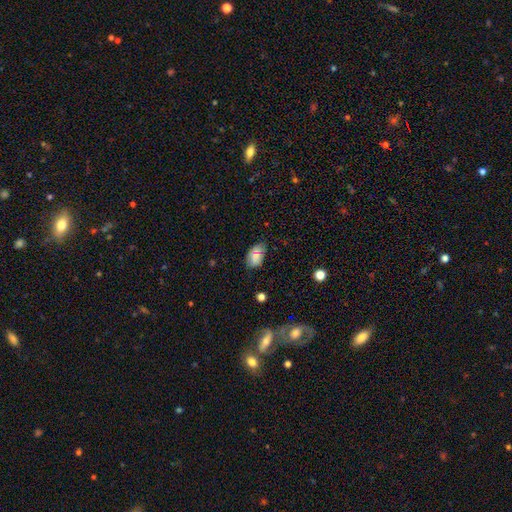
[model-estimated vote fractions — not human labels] A smooth galaxy with no disk features (77%) that is in between round and cigar-shaped (92%). Merging: none (66%).